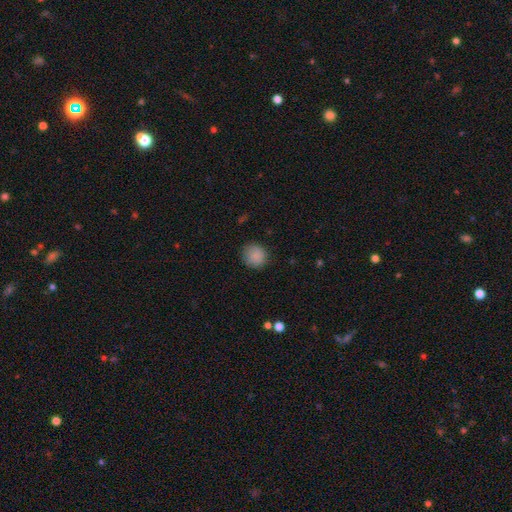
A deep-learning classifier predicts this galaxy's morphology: Smooth or featured?
  - smooth: 87% *
  - star or artifact: 9%
  - featured or disk: 4%
How rounded?
  - round: 89% *
  - in between: 10%
  - cigar-shaped: 1%
Merging?
  - none: 84% *
  - minor disturbance: 12%
  - major disturbance: 3%
  - merger: 1%